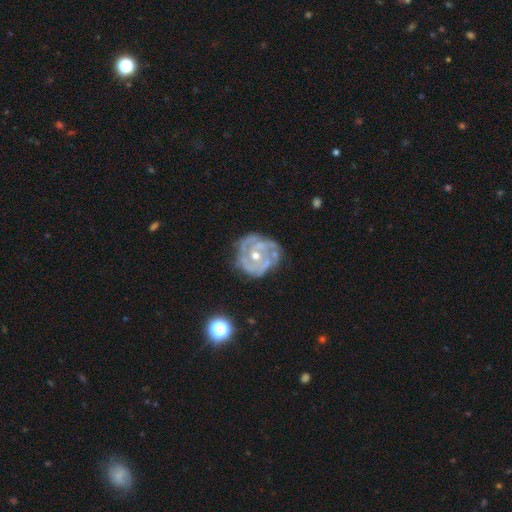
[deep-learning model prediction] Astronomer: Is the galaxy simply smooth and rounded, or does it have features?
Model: featured or disk — 83%.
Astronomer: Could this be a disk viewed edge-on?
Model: no — 98%.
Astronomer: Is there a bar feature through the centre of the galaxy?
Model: no — 76%.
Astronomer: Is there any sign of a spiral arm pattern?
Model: yes — 85%.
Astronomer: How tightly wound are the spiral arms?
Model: tight — 63%.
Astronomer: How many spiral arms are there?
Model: can't tell — 34% (runner-up: 3, 26%).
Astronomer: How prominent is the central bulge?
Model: moderate — 52% (runner-up: small, 45%).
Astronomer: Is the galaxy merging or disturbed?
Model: none — 64%.